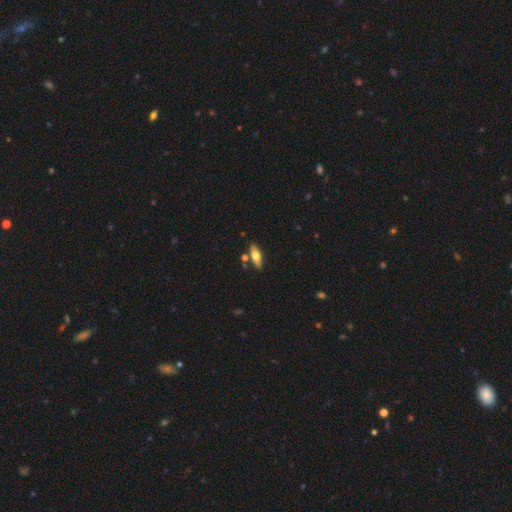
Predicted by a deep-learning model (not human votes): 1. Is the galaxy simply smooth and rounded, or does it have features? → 49% smooth, 45% featured or disk, 6% star or artifact.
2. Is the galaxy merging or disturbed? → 80% none, 10% minor disturbance, 8% merger, 2% major disturbance.